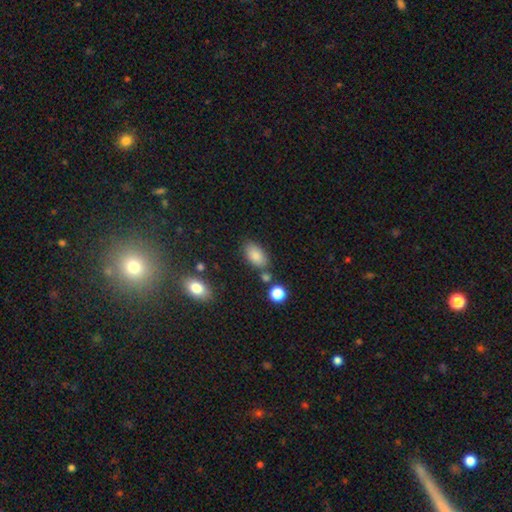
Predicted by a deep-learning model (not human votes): Overall: smooth (85%). How rounded: in between (92%). Merging: none (73%).